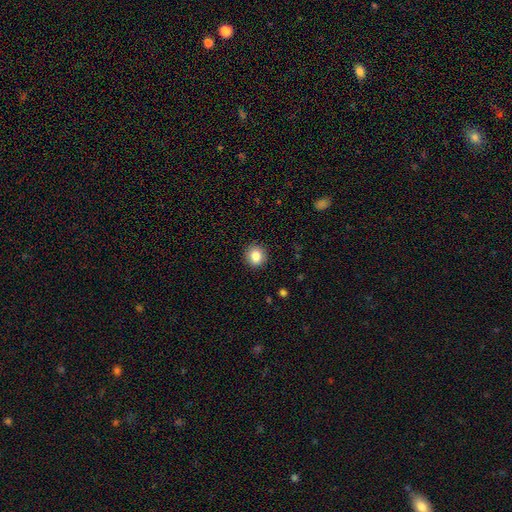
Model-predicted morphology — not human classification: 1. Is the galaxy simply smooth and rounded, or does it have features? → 83% smooth, 10% star or artifact, 8% featured or disk.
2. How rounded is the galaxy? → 90% round, 9% in between, 1% cigar-shaped.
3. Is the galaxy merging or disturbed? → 91% none, 6% minor disturbance, 2% major disturbance, 1% merger.